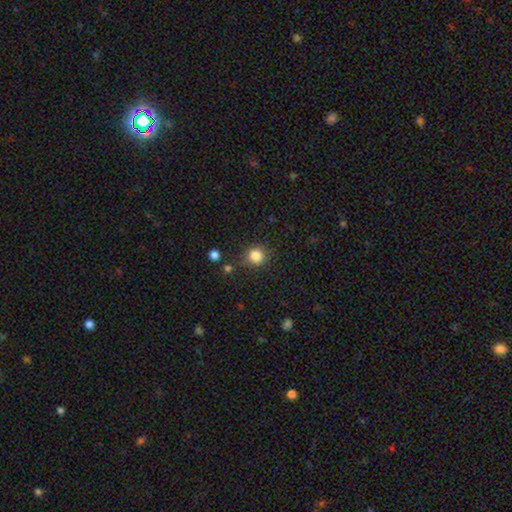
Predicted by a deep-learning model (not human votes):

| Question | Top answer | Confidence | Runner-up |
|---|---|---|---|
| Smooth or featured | smooth | 83% | star or artifact (12%) |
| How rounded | round | 87% | in between (12%) |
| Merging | none | 80% | minor disturbance (12%) |